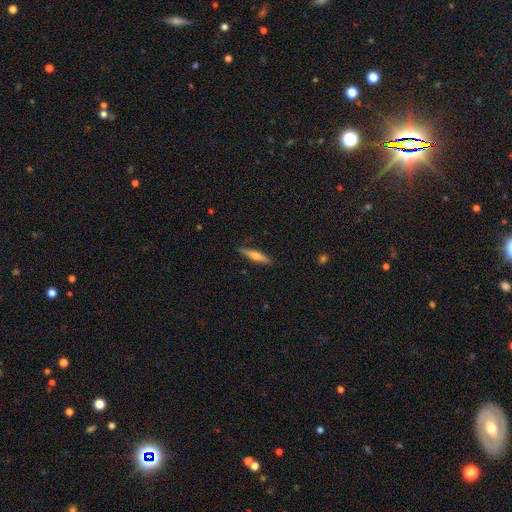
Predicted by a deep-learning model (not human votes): Morphology: type=smooth (54%); roundness=cigar-shaped (85%); merging=none (87%).